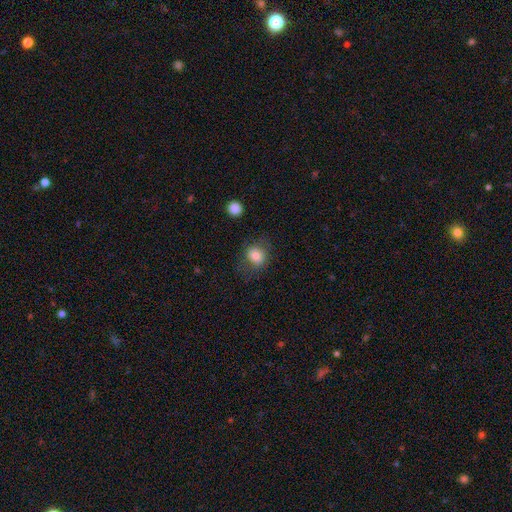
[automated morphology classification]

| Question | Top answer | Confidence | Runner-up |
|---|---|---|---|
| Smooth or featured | smooth | 78% | featured or disk (12%) |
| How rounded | round | 66% | in between (33%) |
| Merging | none | 69% | minor disturbance (18%) |